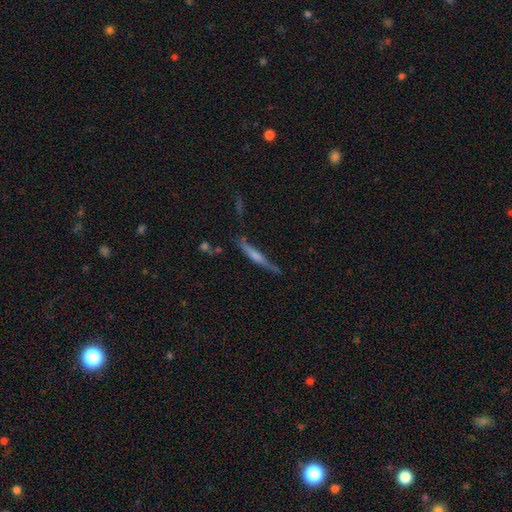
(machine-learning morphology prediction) This is possibly a featured or disk galaxy (48%). Merging: likely none (71%).